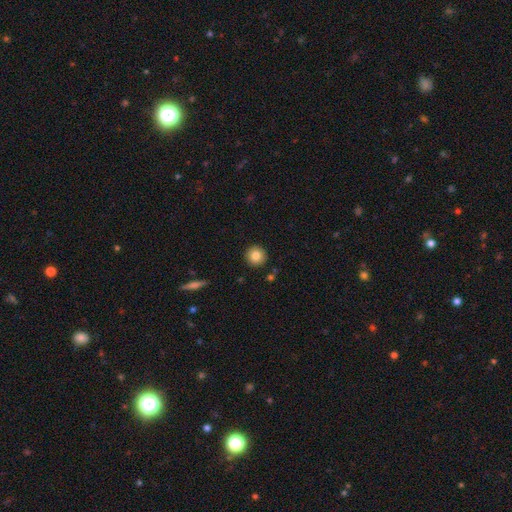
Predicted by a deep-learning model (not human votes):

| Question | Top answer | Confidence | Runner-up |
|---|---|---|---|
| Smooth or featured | smooth | 82% | star or artifact (9%) |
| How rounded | round | 95% | in between (4%) |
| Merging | none | 91% | minor disturbance (5%) |